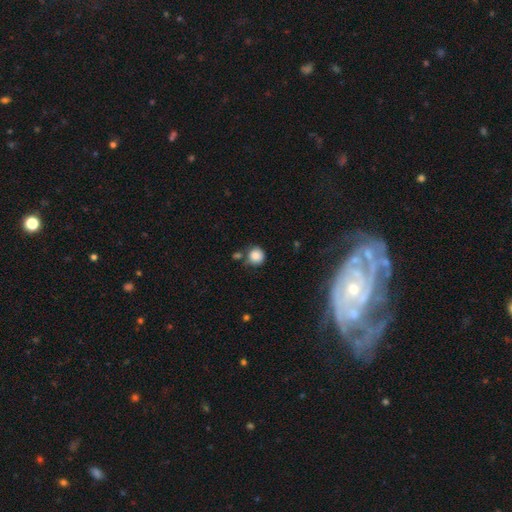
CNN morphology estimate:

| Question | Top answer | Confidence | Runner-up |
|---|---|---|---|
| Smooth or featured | smooth | 85% | star or artifact (9%) |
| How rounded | round | 92% | in between (7%) |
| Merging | none | 68% | minor disturbance (15%) |